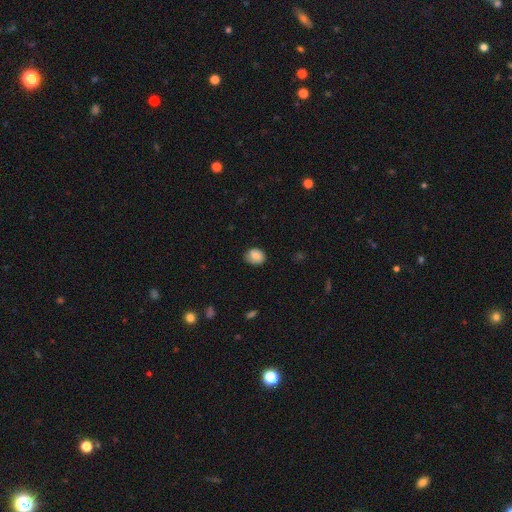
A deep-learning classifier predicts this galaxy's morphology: This appears to be a smooth galaxy with no disk features (77%) that is round (52%). Merging: none (71%).